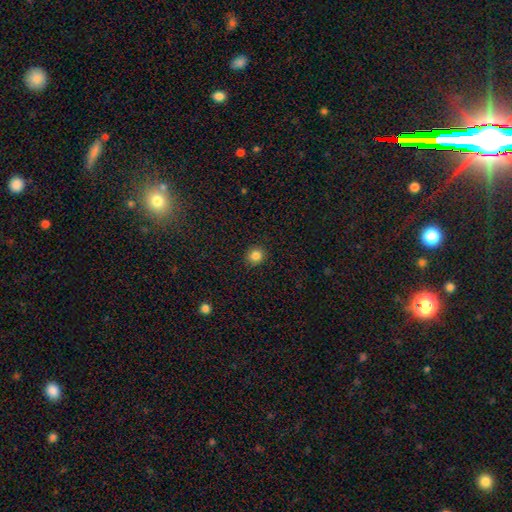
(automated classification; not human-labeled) Morphology: type=smooth (84%); roundness=round (88%); merging=none (91%).